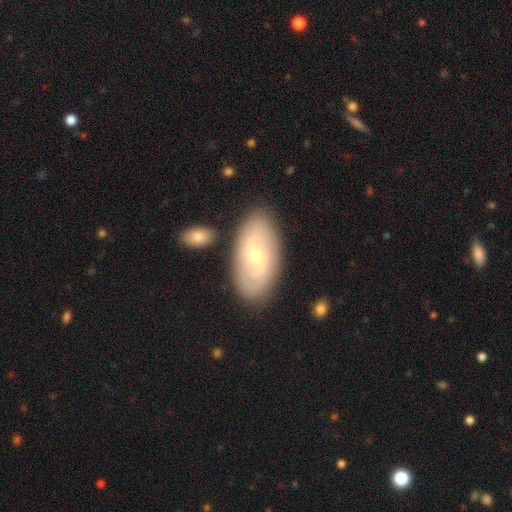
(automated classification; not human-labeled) Smooth or featured?
  - featured or disk: 69% *
  - smooth: 25%
  - star or artifact: 6%
Edge-on disk?
  - no: 93% *
  - yes: 7%
Bar?
  - no: 59% *
  - weak: 34%
  - strong: 7%
Spiral arms?
  - yes: 76% *
  - no: 24%
Bulge size?
  - moderate: 54% *
  - small: 43%
  - large: 2%
  - dominant: 1%
  - none: 1%
Merging?
  - none: 82% *
  - minor disturbance: 11%
  - merger: 4%
  - major disturbance: 3%